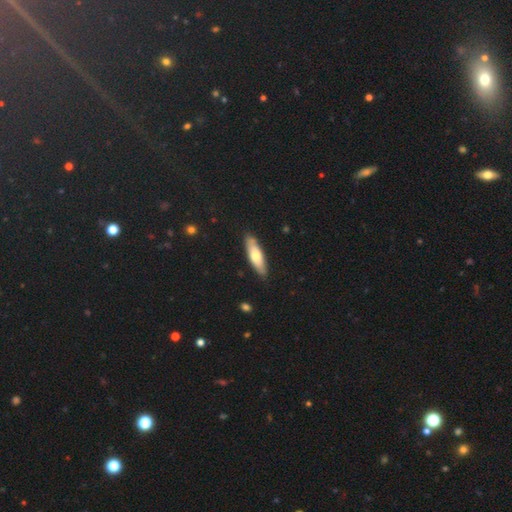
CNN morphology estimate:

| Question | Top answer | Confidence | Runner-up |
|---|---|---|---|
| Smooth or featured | smooth | 64% | featured or disk (31%) |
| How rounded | cigar-shaped | 55% | in between (43%) |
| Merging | none | 85% | minor disturbance (11%) |